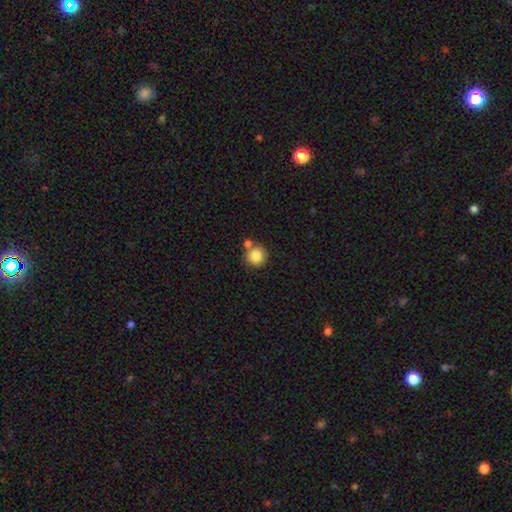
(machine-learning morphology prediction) Smooth or featured? Predicted: smooth (p=0.85). How rounded? Predicted: round (p=0.94). Merging? Predicted: none (p=0.71).